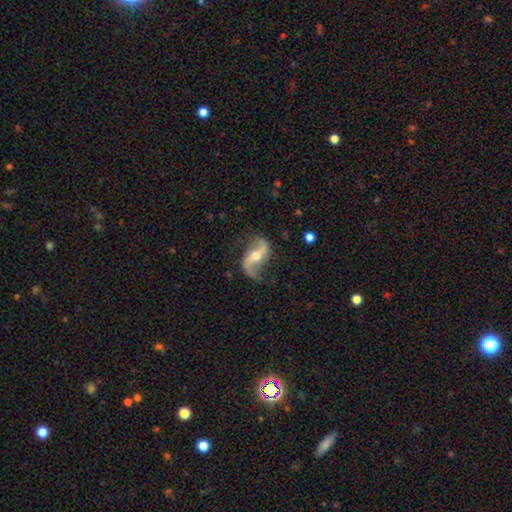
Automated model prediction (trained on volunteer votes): Smooth or featured? Predicted: featured or disk (p=0.89). Edge-on disk? Predicted: no (p=0.96). Bar? Predicted: weak (p=0.36). Spiral arms? Predicted: yes (p=0.96). Spiral winding? Predicted: loose (p=0.80). Spiral arm count? Predicted: 2 (p=0.93). Bulge size? Predicted: moderate (p=0.65). Merging? Predicted: none (p=0.79).